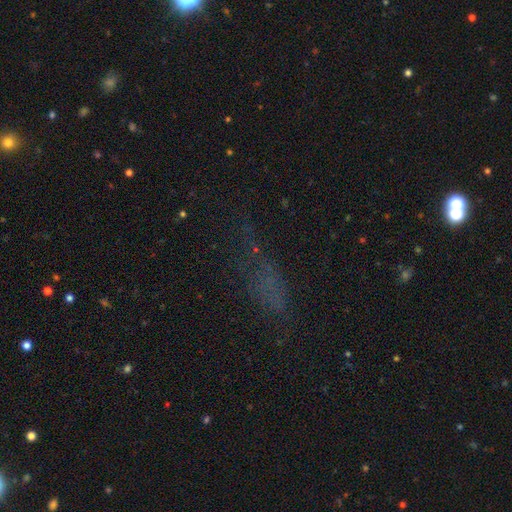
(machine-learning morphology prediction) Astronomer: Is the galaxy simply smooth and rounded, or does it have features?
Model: smooth — 40% (runner-up: star or artifact, 38%).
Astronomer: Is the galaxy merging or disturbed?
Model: none — 50% (runner-up: major disturbance, 25%).